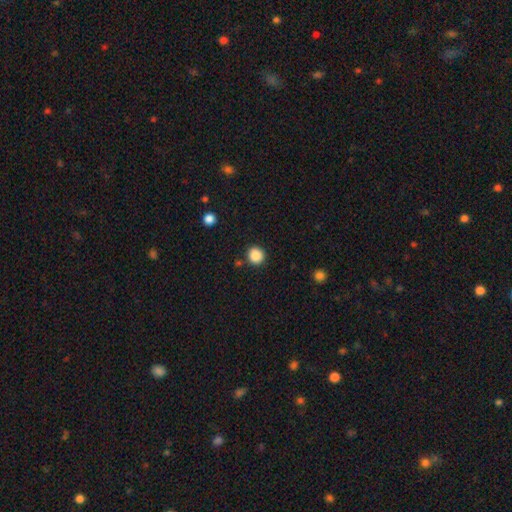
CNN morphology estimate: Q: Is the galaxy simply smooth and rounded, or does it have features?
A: smooth — 87%.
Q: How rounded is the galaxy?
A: round — 91%.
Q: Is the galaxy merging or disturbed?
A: none — 88%.